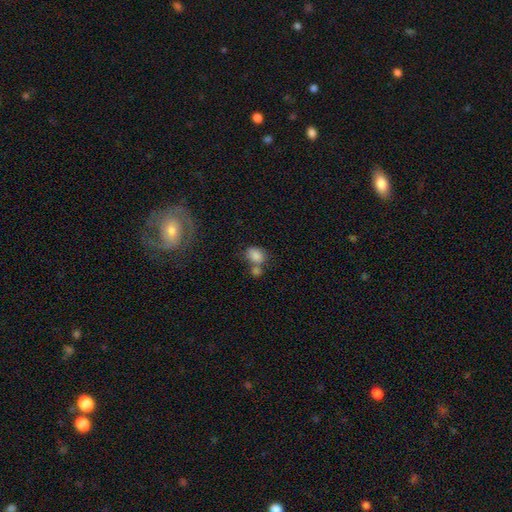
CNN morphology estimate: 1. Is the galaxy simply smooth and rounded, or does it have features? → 83% smooth, 9% star or artifact, 8% featured or disk.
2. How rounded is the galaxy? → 66% in between, 33% round, 1% cigar-shaped.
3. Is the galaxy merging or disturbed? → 42% merger, 39% none, 13% minor disturbance, 6% major disturbance.